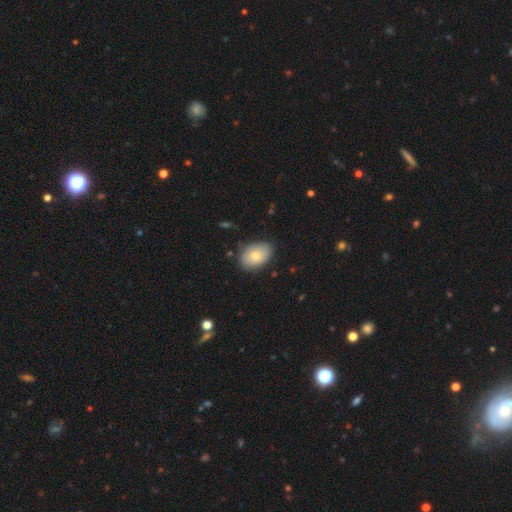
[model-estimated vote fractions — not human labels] Overall: smooth (79%). How rounded: in between (85%). Merging: none (79%).